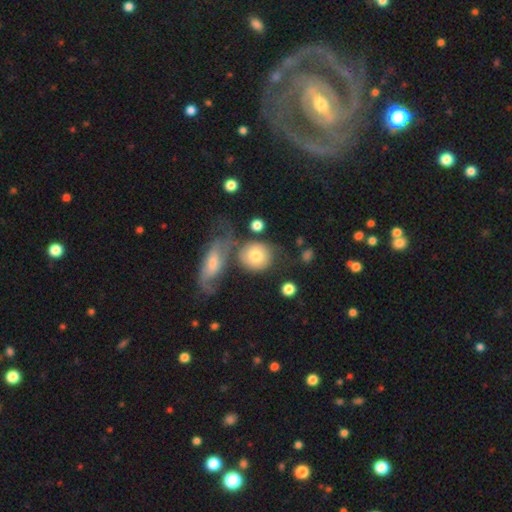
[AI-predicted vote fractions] A smooth galaxy with no disk features (67%) that is round (76%).

Vote fractions:
- Smooth or featured? smooth: 67% / featured or disk: 26% / star or artifact: 7%
- How rounded? round: 76% / in between: 22% / cigar-shaped: 2%
- Merging? none: 44% / merger: 29% / minor disturbance: 15% / major disturbance: 12%